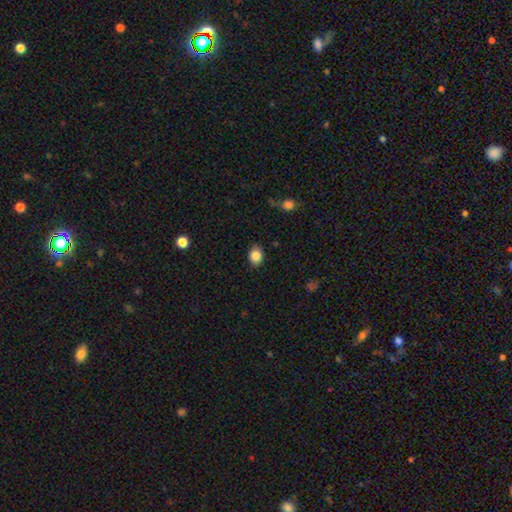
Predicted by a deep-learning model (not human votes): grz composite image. It shows a smooth galaxy with no disk features (85%) that is in between round and cigar-shaped (61%). Merging: none (86%).